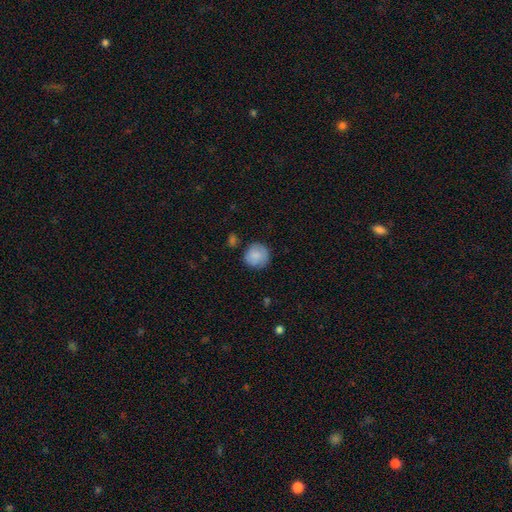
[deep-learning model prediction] This is clearly a smooth galaxy (86%). How rounded: clearly round (92%). Merging: likely none (79%).